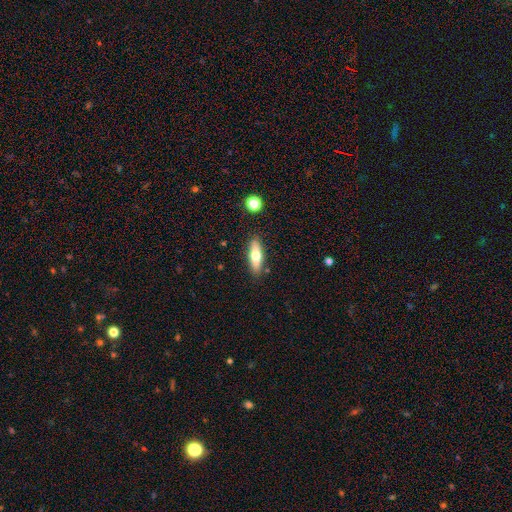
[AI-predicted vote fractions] smooth_or_featured: smooth (p=0.59) [alt: featured or disk p=0.35]
how_rounded: cigar-shaped (p=0.55) [alt: in between p=0.43]
merging: none (p=0.86) [alt: minor disturbance p=0.10]